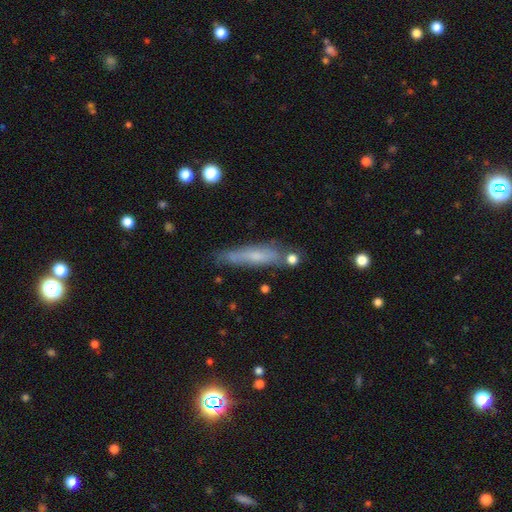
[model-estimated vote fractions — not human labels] A smooth galaxy with no disk features (53%) that is cigar-shaped (86%). Merging: none (70%).